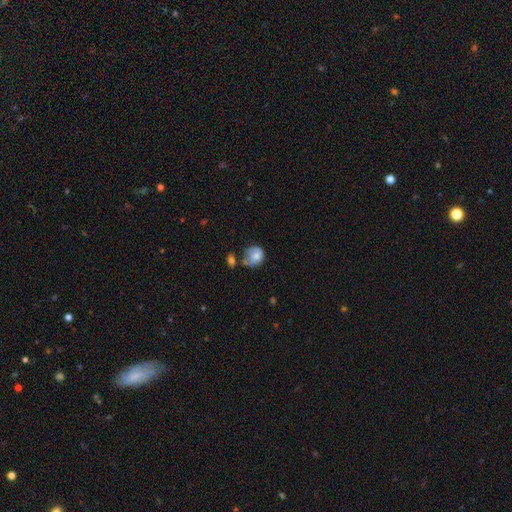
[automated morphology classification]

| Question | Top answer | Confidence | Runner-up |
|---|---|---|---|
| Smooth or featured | smooth | 66% | featured or disk (26%) |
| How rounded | round | 63% | in between (36%) |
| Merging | none | 35% | minor disturbance (31%) |